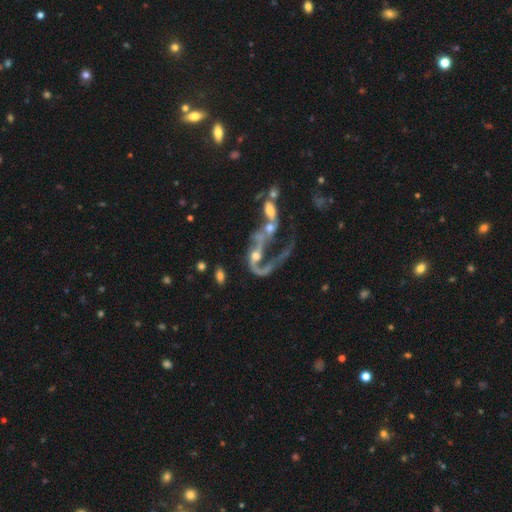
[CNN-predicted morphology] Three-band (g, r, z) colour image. It shows a featured or disk galaxy (75%) with no bar (65%), spiral arms (69%) and a moderate central bulge (36%, tied with small). Merging: merger (55%).